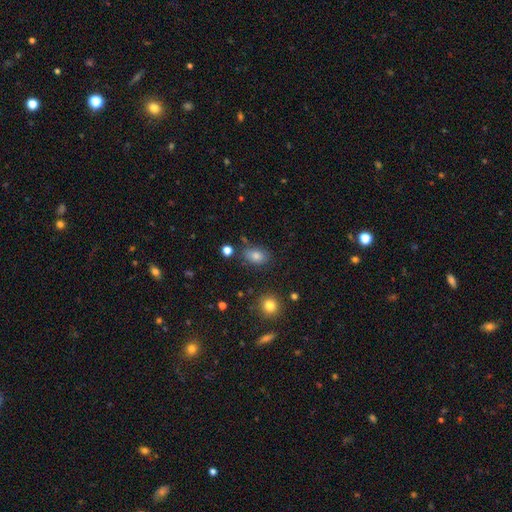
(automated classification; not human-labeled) smooth 77%, star or artifact 14%, featured or disk 9%. Down the decision tree: how rounded — in between (82%); merging — none (78%).